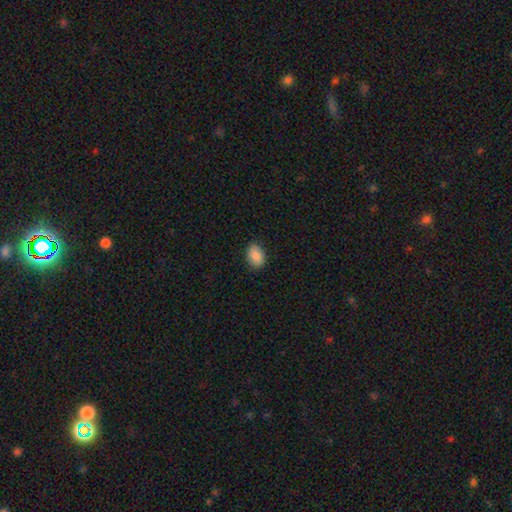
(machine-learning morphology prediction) type=smooth (87%); roundness=in between (81%); merging=none (85%).